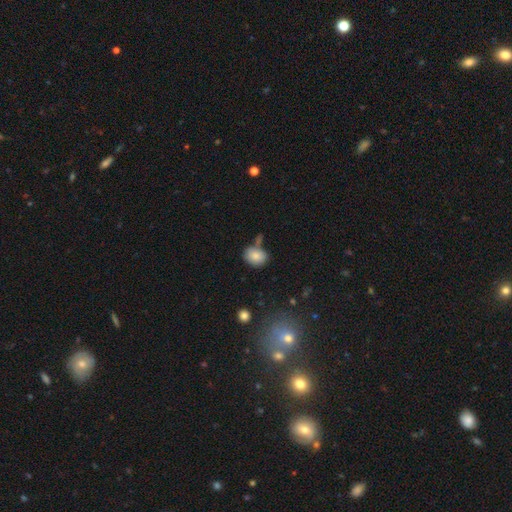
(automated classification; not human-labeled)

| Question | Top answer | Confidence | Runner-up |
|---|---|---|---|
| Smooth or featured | smooth | 85% | star or artifact (8%) |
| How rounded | in between | 59% | round (40%) |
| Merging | none | 62% | minor disturbance (18%) |